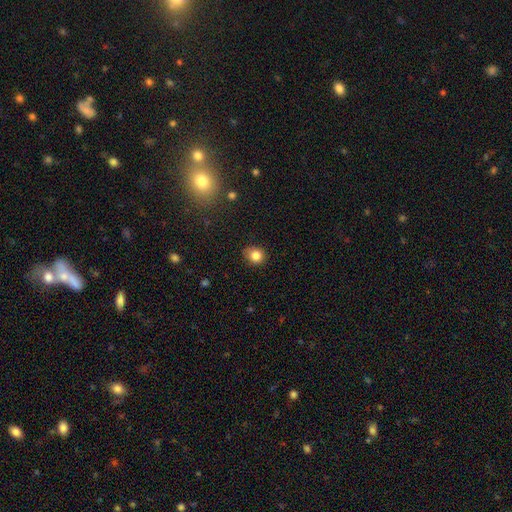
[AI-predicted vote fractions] Smooth or featured? Predicted: smooth (p=0.83). How rounded? Predicted: round (p=0.76). Merging? Predicted: none (p=0.79).